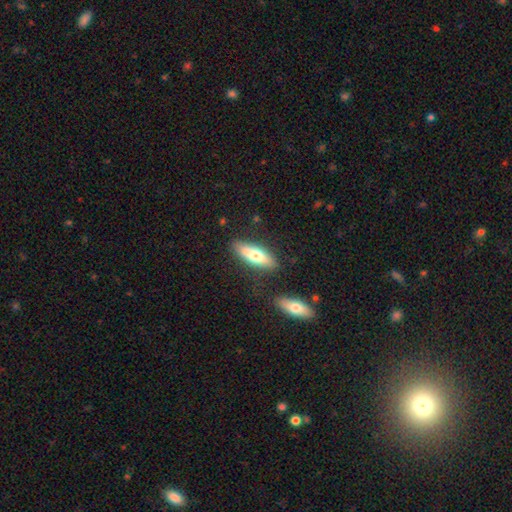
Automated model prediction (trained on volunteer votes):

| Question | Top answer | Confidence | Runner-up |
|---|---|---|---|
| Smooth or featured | smooth | 63% | featured or disk (31%) |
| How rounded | in between | 53% | cigar-shaped (45%) |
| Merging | none | 81% | minor disturbance (11%) |